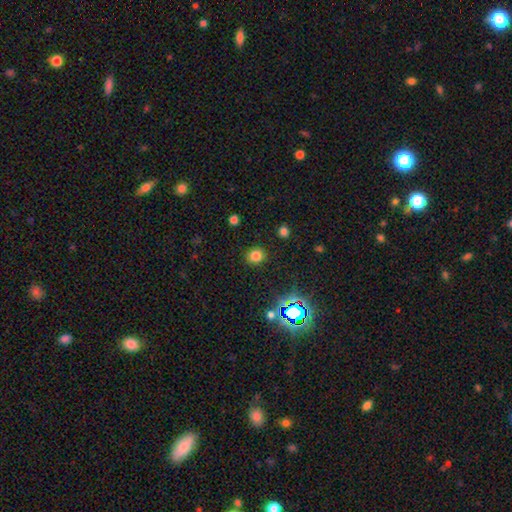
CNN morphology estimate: Smooth or featured? smooth (76%)
How rounded? round (79%)
Merging? none (88%)